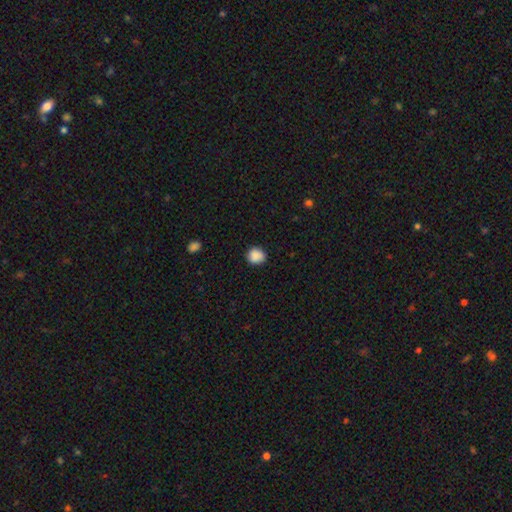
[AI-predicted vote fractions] Smooth or featured? Predicted: smooth (p=0.89). How rounded? Predicted: round (p=0.83). Merging? Predicted: none (p=0.86).